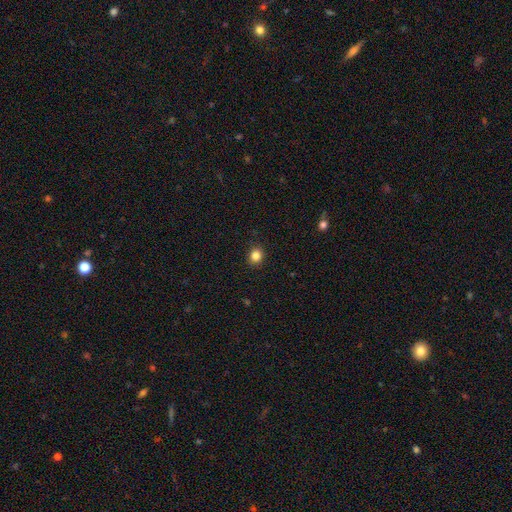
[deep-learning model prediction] The model was most divided on "how rounded": round: 83%, in between: 16%, cigar-shaped: 1%. More confident: merging — none (91%); smooth or featured — smooth (85%).